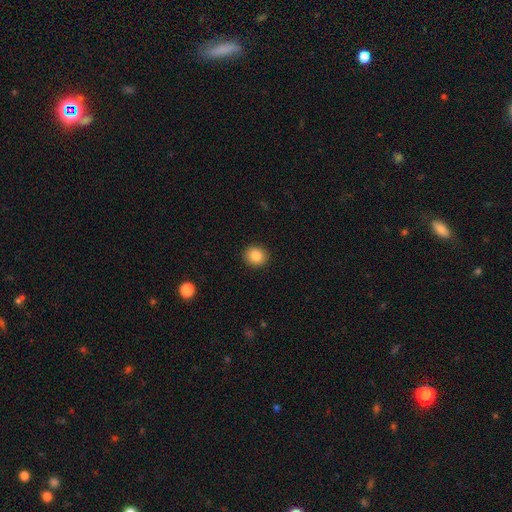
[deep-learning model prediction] Smooth or featured: smooth — 85% (star or artifact — 9%)
How rounded: round — 85% (in between — 15%)
Merging: none — 92% (minor disturbance — 5%)